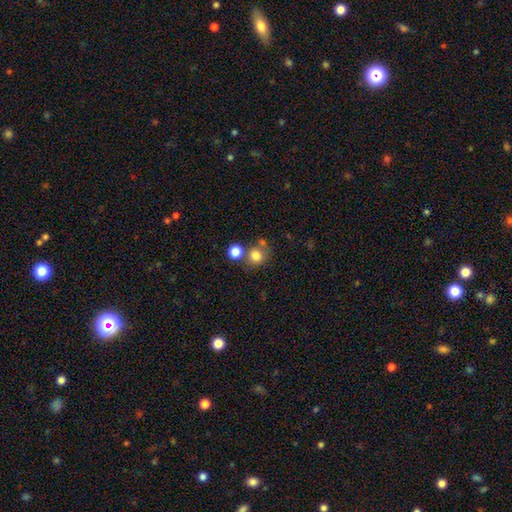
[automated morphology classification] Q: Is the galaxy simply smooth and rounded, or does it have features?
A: smooth — 79%.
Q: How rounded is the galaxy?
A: round — 83%.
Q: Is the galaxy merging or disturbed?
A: none — 62%.